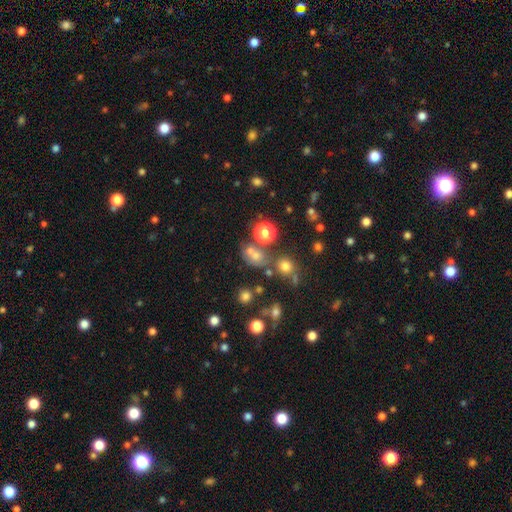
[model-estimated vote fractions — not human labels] smooth_or_featured: smooth (p=0.61) [alt: star or artifact p=0.25]
how_rounded: round (p=0.63) [alt: in between p=0.35]
merging: none (p=0.50) [alt: merger p=0.30]